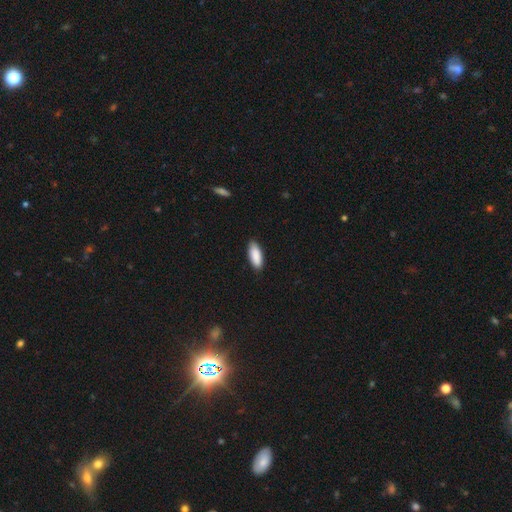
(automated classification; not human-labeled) smooth_or_featured: smooth (p=0.89) [alt: star or artifact p=0.06]
how_rounded: in between (p=0.78) [alt: cigar-shaped p=0.21]
merging: none (p=0.86) [alt: minor disturbance p=0.11]